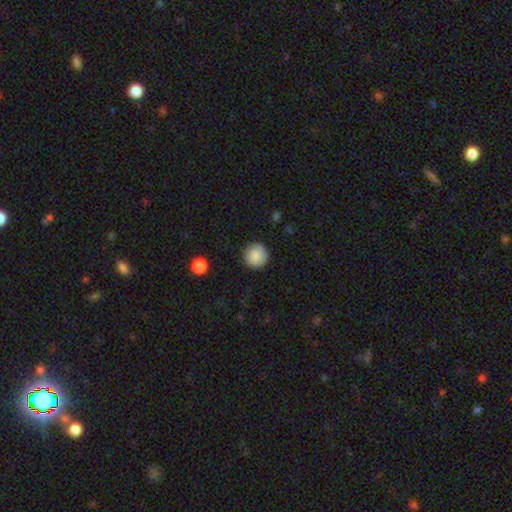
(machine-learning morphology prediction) Overall: smooth (88%). How rounded: round (96%). Merging: none (91%).